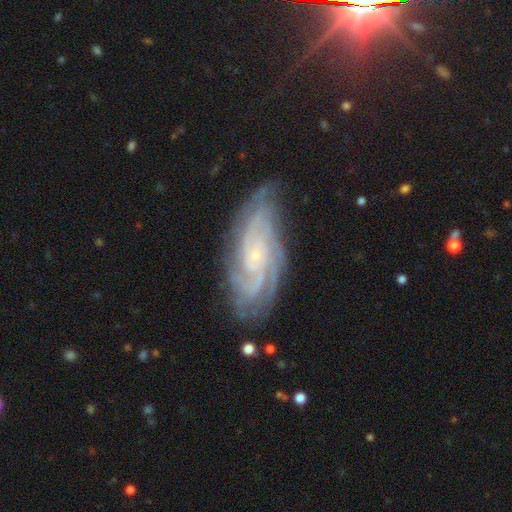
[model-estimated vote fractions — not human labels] Smooth or featured: featured or disk — 87% (star or artifact — 7%)
Edge-on disk: no — 95% (yes — 5%)
Bar: no — 73% (weak — 21%)
Spiral arms: yes — 98% (no — 2%)
Spiral winding: tight — 72% (medium — 24%)
Spiral arm count: 4 — 26% (can't tell — 22%)
Bulge size: small — 85% (moderate — 10%)
Merging: none — 76% (minor disturbance — 17%)